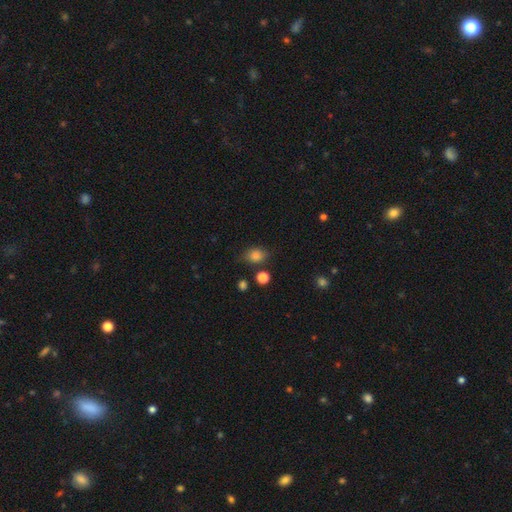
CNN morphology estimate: Smooth or featured?
  - smooth: 83% *
  - star or artifact: 11%
  - featured or disk: 6%
How rounded?
  - in between: 52% *
  - round: 47%
  - cigar-shaped: 1%
Merging?
  - none: 75% *
  - minor disturbance: 16%
  - merger: 5%
  - major disturbance: 5%